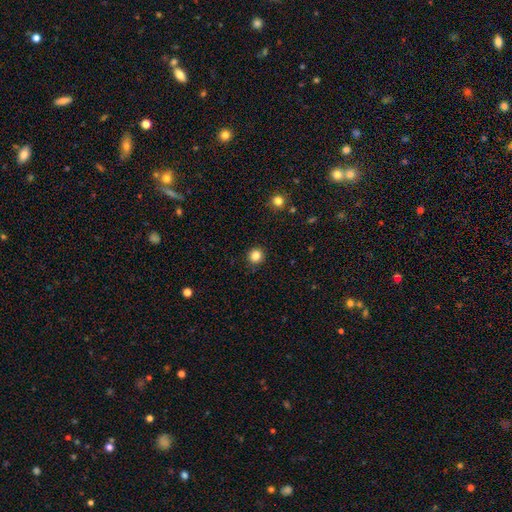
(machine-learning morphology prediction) The model was most divided on "smooth or featured": smooth: 84%, star or artifact: 12%, featured or disk: 4%. More confident: how rounded — round (93%); merging — none (91%).